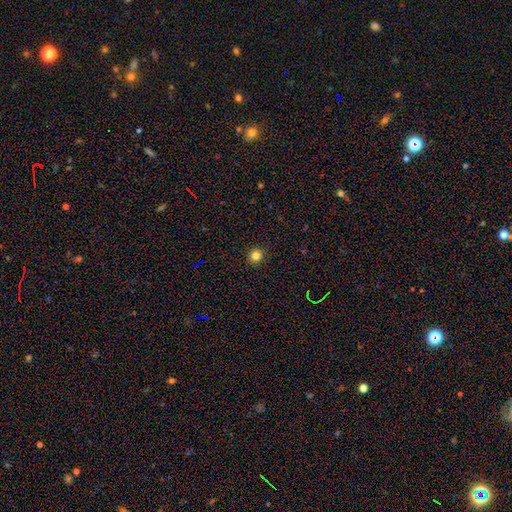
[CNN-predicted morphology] smooth_or_featured: smooth (p=0.82) [alt: star or artifact p=0.13]
how_rounded: round (p=0.93) [alt: in between p=0.06]
merging: none (p=0.92) [alt: minor disturbance p=0.06]